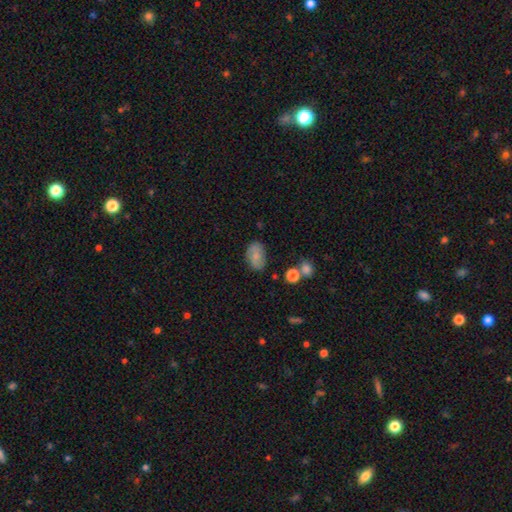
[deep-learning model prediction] A smooth galaxy with no disk features (73%) that is in between round and cigar-shaped (86%). Merging: none (74%).